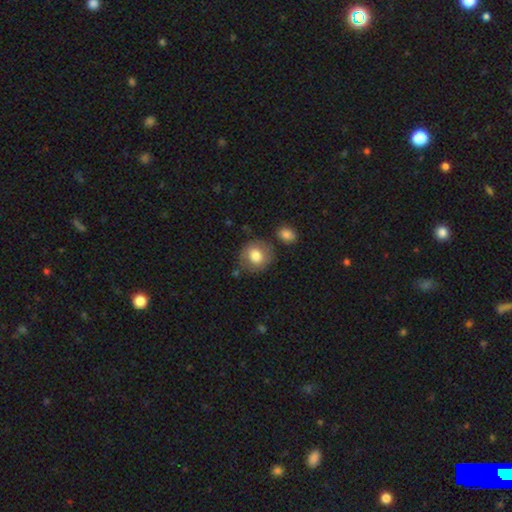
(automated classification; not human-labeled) Overall: smooth (79%). How rounded: round (84%). Merging: none (76%).